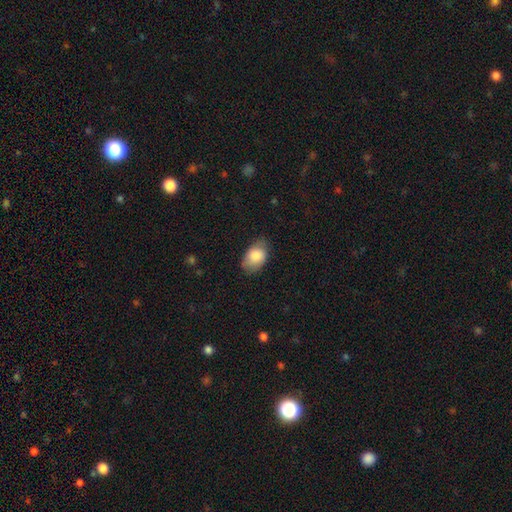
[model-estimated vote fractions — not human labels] smooth-or-featured: smooth: 83% | featured or disk: 11% | star or artifact: 7%
  how-rounded: in between: 88% | round: 11% | cigar-shaped: 1%
  merging: none: 72% | minor disturbance: 22% | major disturbance: 5% | merger: 1%